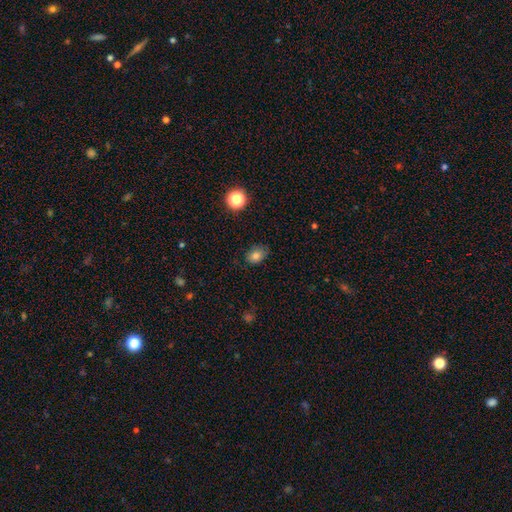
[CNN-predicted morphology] Smooth or featured?
  - smooth: 81% *
  - star or artifact: 12%
  - featured or disk: 7%
How rounded?
  - in between: 64% *
  - round: 34%
  - cigar-shaped: 1%
Merging?
  - none: 74% *
  - minor disturbance: 20%
  - major disturbance: 4%
  - merger: 1%